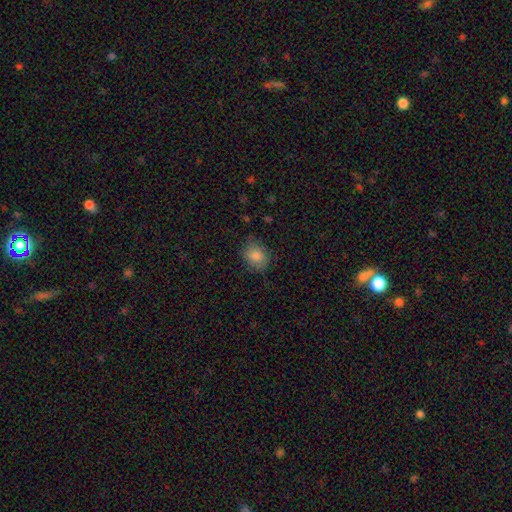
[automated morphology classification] Smooth or featured: smooth — 83% (star or artifact — 10%)
How rounded: round — 54% (in between — 45%)
Merging: none — 77% (minor disturbance — 17%)